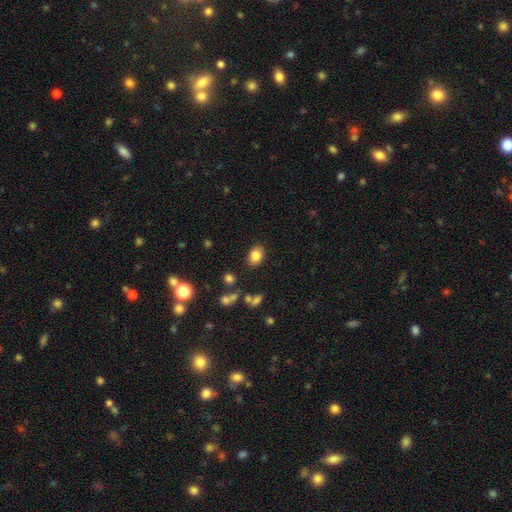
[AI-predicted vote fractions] Overall: smooth (82%). How rounded: in between (71%). Merging: none (85%).